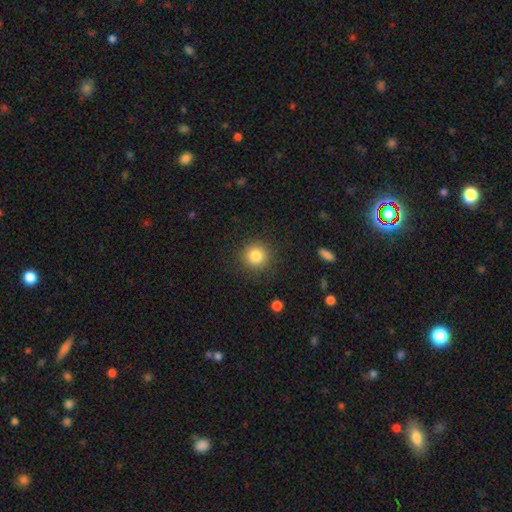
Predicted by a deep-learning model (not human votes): Smooth or featured? Predicted: smooth (p=0.83). How rounded? Predicted: round (p=0.93). Merging? Predicted: none (p=0.89).